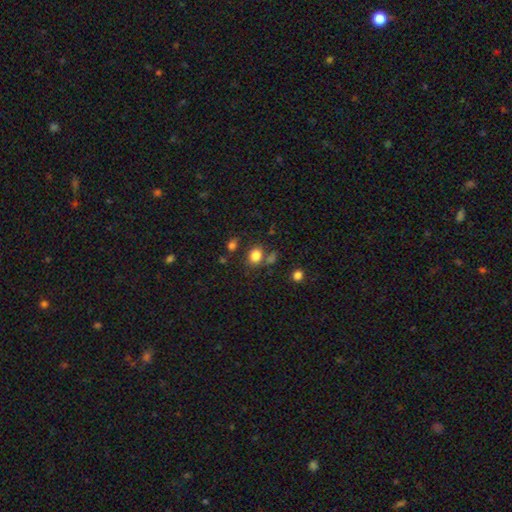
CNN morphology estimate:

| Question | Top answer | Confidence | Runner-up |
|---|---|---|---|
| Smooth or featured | smooth | 82% | star or artifact (12%) |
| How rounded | round | 53% | in between (46%) |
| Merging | none | 68% | merger (14%) |